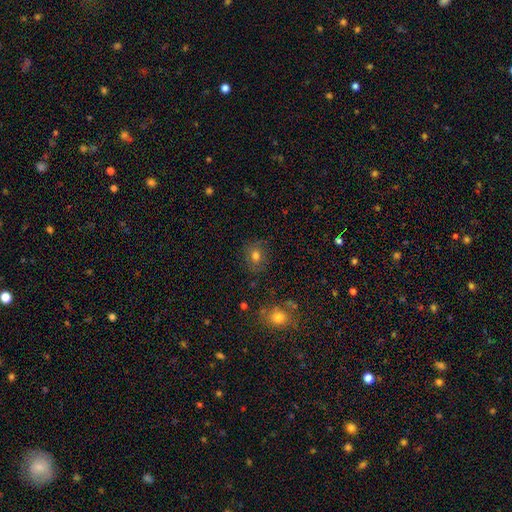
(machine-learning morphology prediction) Smooth or featured? Predicted: smooth (p=0.74). How rounded? Predicted: round (p=0.64). Merging? Predicted: none (p=0.79).